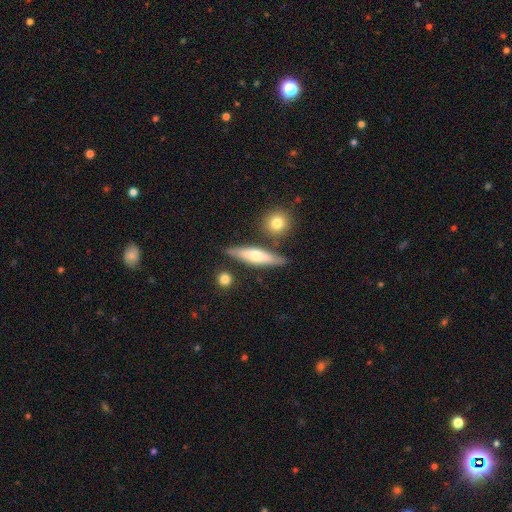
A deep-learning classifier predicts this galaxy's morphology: type=featured or disk (47%, tied with smooth); merging=none (80%).